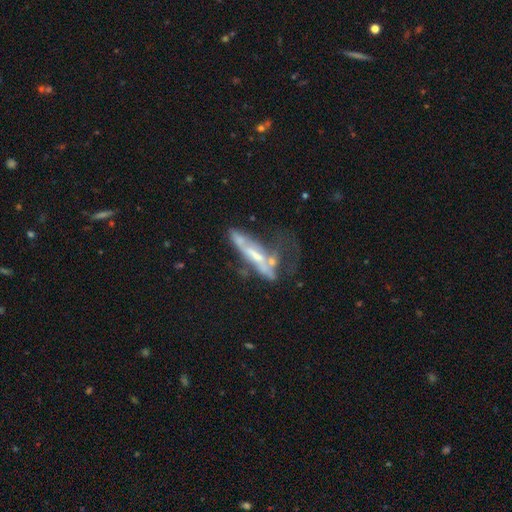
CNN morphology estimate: type=featured or disk (63%); edge-on=no (61%); merging=major disturbance (36%).